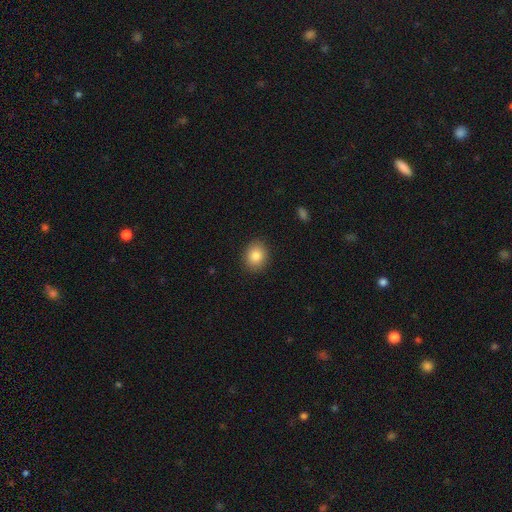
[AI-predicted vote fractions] Overall: smooth (84%). How rounded: round (63%; in between 36%). Merging: none (89%).